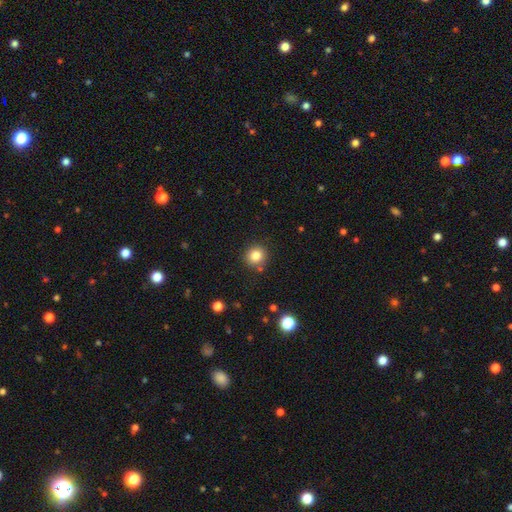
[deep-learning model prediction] This appears to be a smooth galaxy with no disk features (82%) that is round (91%). Merging: none (85%).